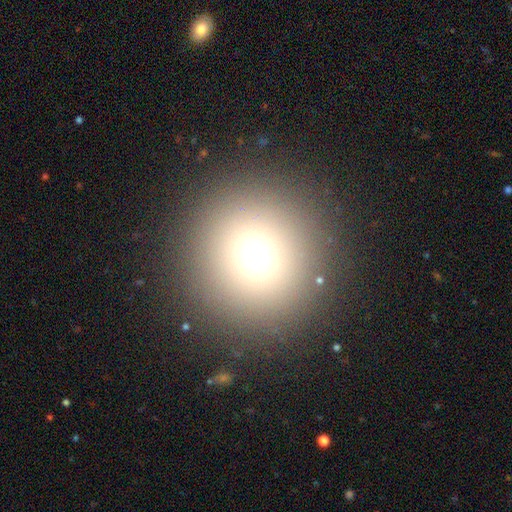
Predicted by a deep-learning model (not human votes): Q: Smooth or featured?
A: smooth (71%); runner-up: star or artifact (19%)
Q: How rounded?
A: round (94%); runner-up: in between (5%)
Q: Merging?
A: none (91%); runner-up: minor disturbance (5%)